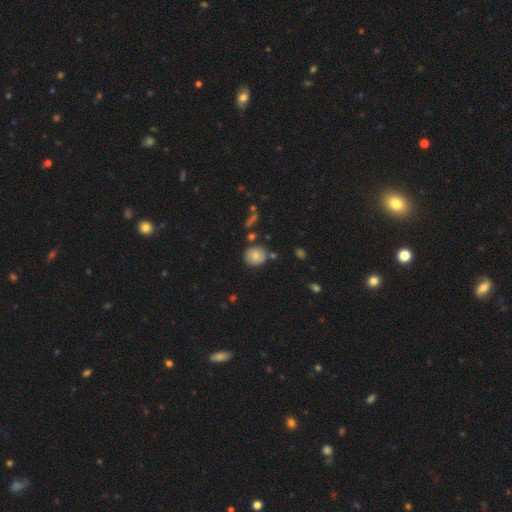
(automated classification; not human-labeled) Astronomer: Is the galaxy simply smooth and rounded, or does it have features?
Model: smooth — 76%.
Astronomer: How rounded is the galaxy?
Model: round — 74%.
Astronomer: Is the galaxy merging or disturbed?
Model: none — 74%.